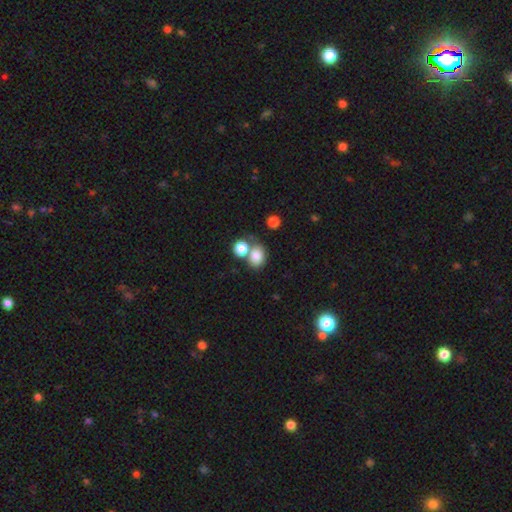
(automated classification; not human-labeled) smooth 81%, star or artifact 11%, featured or disk 8%. Down the decision tree: how rounded — in between (50%); merging — none (49%).